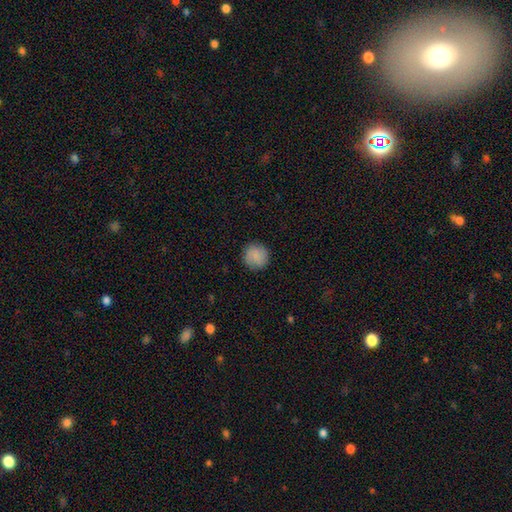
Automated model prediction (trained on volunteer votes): A smooth galaxy with no disk features (85%) that is round (93%). Merging: none (88%).